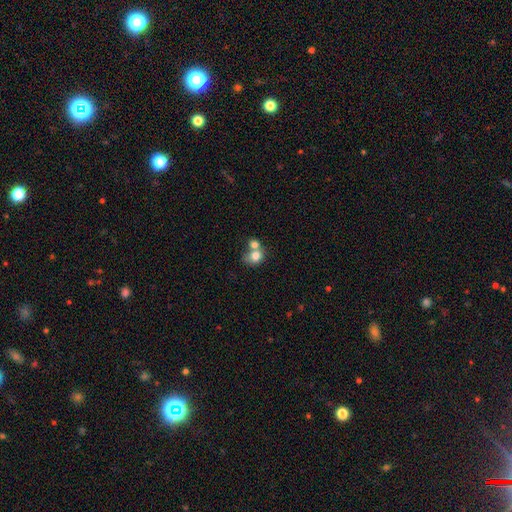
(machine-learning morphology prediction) Overall: smooth (76%). How rounded: round (66%; in between 33%). Merging: merger (56%; none 32%).